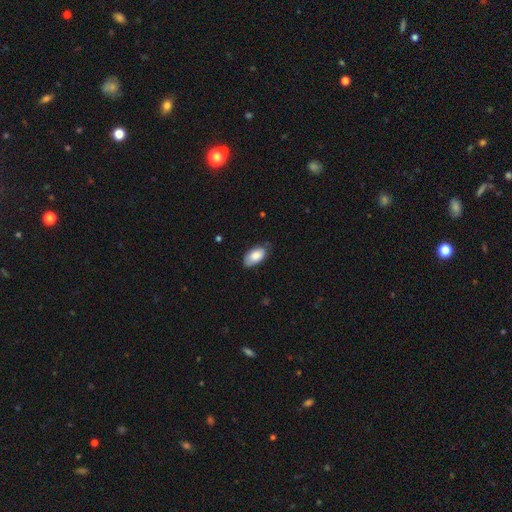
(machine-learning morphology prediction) Overall: smooth (83%). How rounded: in between (94%). Merging: none (69%).